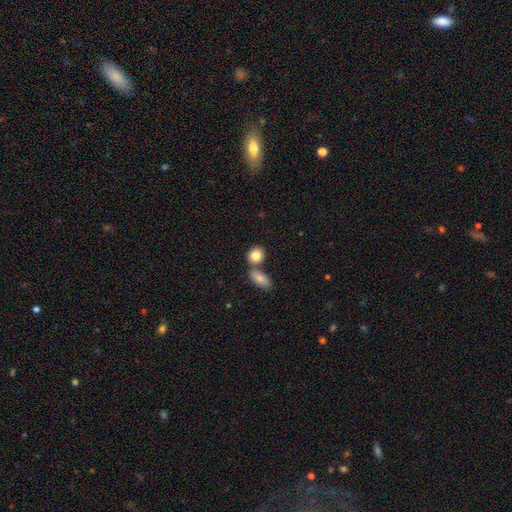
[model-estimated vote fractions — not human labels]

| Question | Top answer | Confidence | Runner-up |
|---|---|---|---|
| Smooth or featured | smooth | 84% | featured or disk (9%) |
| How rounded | round | 54% | in between (44%) |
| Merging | none | 57% | merger (30%) |